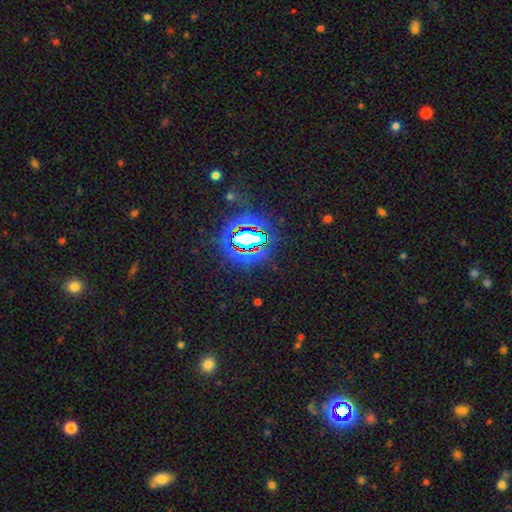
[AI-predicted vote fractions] star or artifact 84%, smooth 9%, featured or disk 7%.